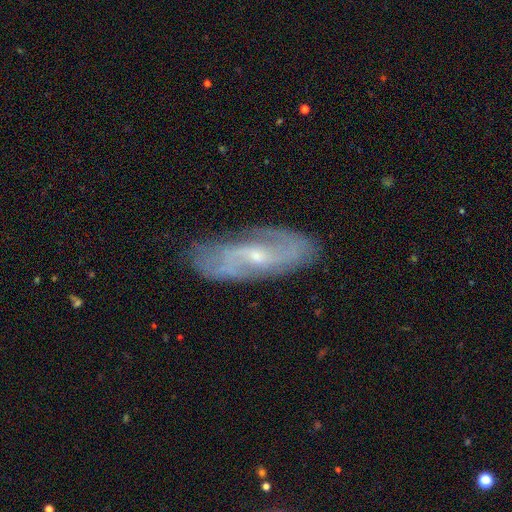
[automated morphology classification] smooth_or_featured: featured or disk (p=0.80) [alt: smooth p=0.12]
disk_edge_on: no (p=0.88) [alt: yes p=0.12]
bar: weak (p=0.45) [alt: no p=0.41]
has_spiral_arms: yes (p=0.92) [alt: no p=0.08]
spiral_winding: medium (p=0.43) [alt: tight p=0.30]
spiral_arm_count: 2 (p=0.67) [alt: can't tell p=0.19]
bulge_size: small (p=0.68) [alt: moderate p=0.28]
merging: none (p=0.79) [alt: minor disturbance p=0.16]